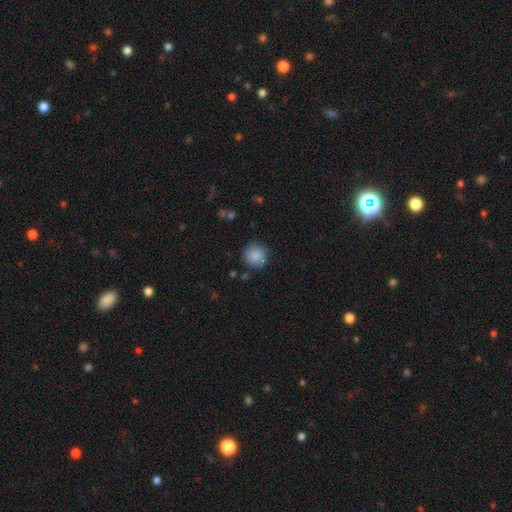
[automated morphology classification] Overall: smooth (88%). How rounded: round (91%). Merging: none (85%).